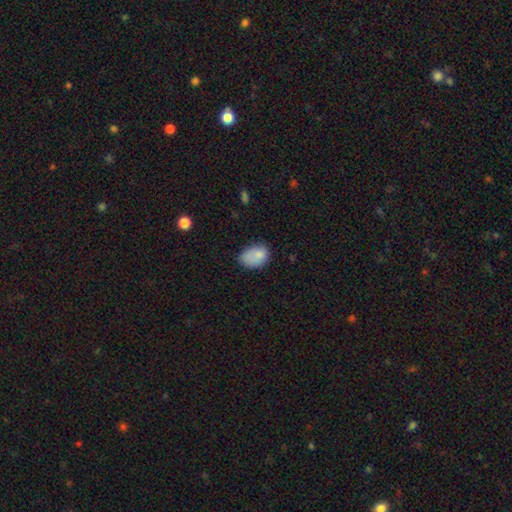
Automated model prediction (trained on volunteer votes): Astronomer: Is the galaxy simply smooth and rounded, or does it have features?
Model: smooth — 81%.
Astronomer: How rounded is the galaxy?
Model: in between — 81%.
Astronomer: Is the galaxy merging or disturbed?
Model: none — 50% (runner-up: minor disturbance, 32%).